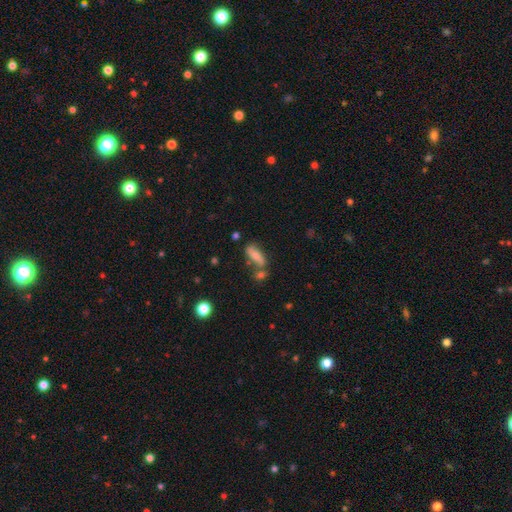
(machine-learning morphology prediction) type=smooth (65%); roundness=in between (53%); merging=none (58%).